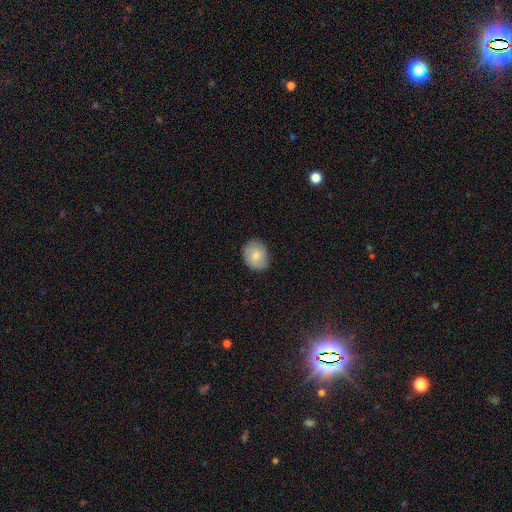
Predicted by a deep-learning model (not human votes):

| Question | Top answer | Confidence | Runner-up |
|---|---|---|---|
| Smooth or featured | smooth | 77% | featured or disk (16%) |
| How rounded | round | 58% | in between (42%) |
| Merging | none | 81% | minor disturbance (15%) |